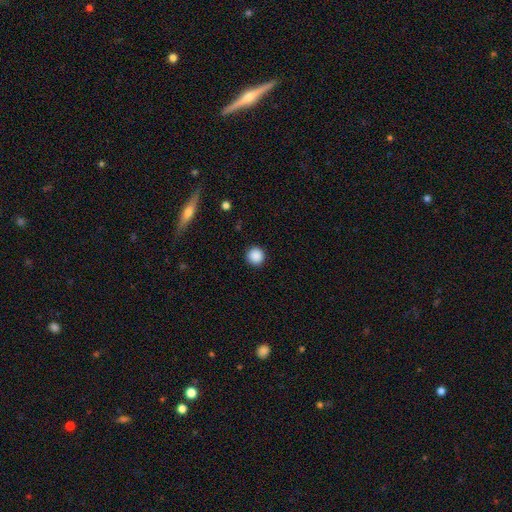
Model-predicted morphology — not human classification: smooth-or-featured: smooth: 88% | star or artifact: 9% | featured or disk: 2%
  how-rounded: round: 95% | in between: 4% | cigar-shaped: 1%
  merging: none: 92% | minor disturbance: 5% | major disturbance: 2% | merger: 1%